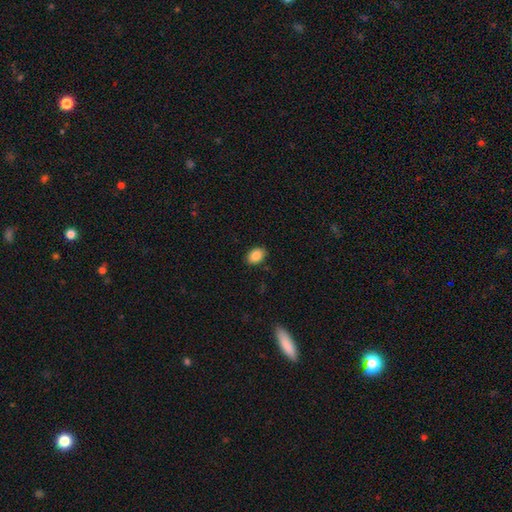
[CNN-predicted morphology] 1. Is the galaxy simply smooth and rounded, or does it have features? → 87% smooth, 8% star or artifact, 6% featured or disk.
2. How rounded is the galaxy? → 82% in between, 17% round, 1% cigar-shaped.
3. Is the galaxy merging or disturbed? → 89% none, 8% minor disturbance, 2% major disturbance, 1% merger.